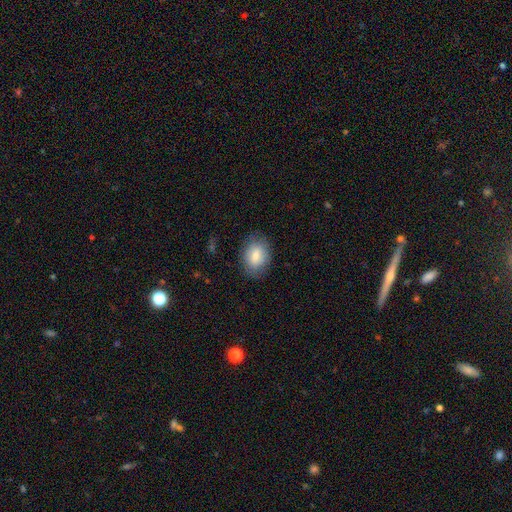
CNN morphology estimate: Smooth or featured? Predicted: smooth (p=0.79). How rounded? Predicted: in between (p=0.69). Merging? Predicted: none (p=0.79).